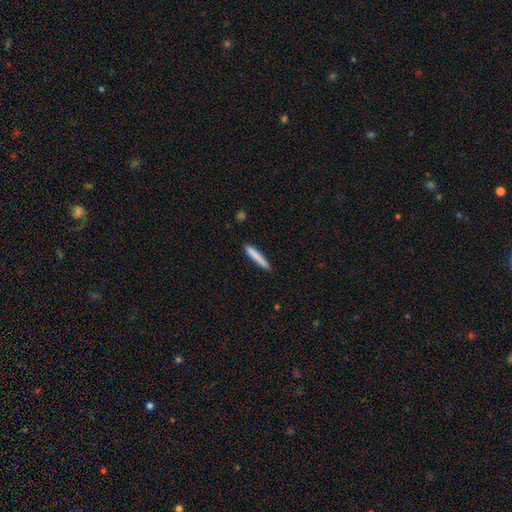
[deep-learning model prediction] Smooth or featured: smooth — 81% (featured or disk — 14%)
How rounded: cigar-shaped — 95% (in between — 4%)
Merging: none — 88% (minor disturbance — 9%)